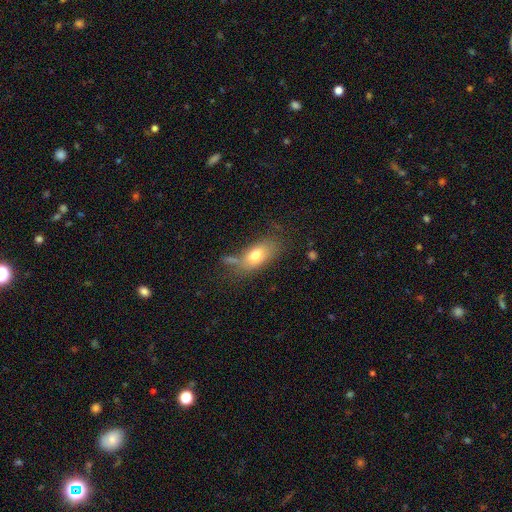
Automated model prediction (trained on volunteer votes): A smooth galaxy with no disk features (72%) that is in between round and cigar-shaped (86%).

Vote fractions:
- Smooth or featured? smooth: 72% / featured or disk: 19% / star or artifact: 9%
- How rounded? in between: 86% / round: 7% / cigar-shaped: 7%
- Merging? none: 59% / minor disturbance: 21% / major disturbance: 10% / merger: 9%